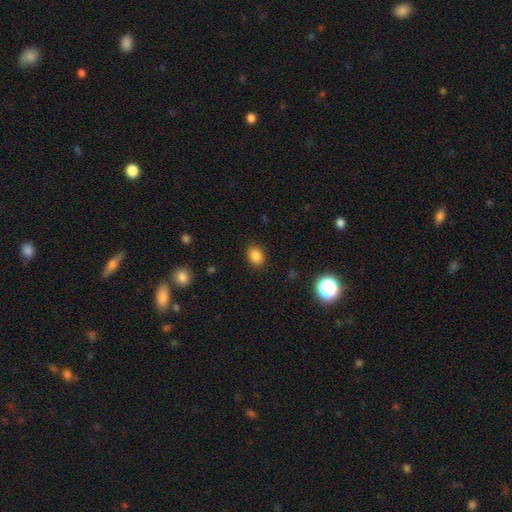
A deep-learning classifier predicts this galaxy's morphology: smooth_or_featured: smooth (p=0.84) [alt: star or artifact p=0.12]
how_rounded: in between (p=0.58) [alt: round p=0.41]
merging: none (p=0.88) [alt: minor disturbance p=0.08]